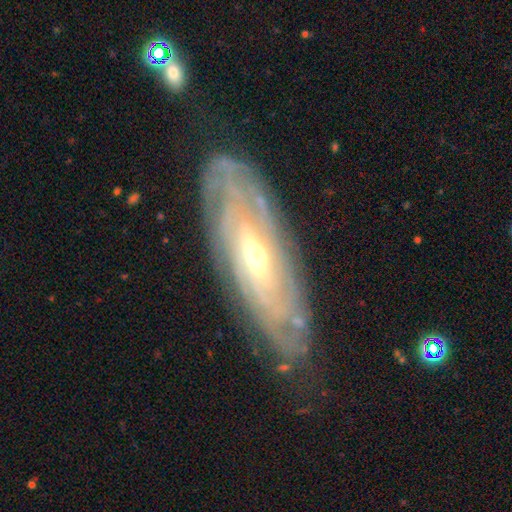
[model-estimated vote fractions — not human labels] Smooth or featured?
  - featured or disk: 83% *
  - smooth: 12%
  - star or artifact: 5%
Edge-on disk?
  - no: 75% *
  - yes: 25%
Bar?
  - no: 53% *
  - weak: 30%
  - strong: 17%
Spiral arms?
  - yes: 81% *
  - no: 19%
Spiral winding?
  - tight: 77% *
  - medium: 17%
  - loose: 6%
Spiral arm count?
  - can't tell: 62% *
  - 2: 13%
  - 3: 8%
  - 4: 7%
  - more than 4: 6%
  - 1: 4%
Bulge size?
  - moderate: 61% *
  - small: 31%
  - large: 6%
  - dominant: 1%
  - none: 1%
Merging?
  - none: 79% *
  - minor disturbance: 14%
  - major disturbance: 5%
  - merger: 2%